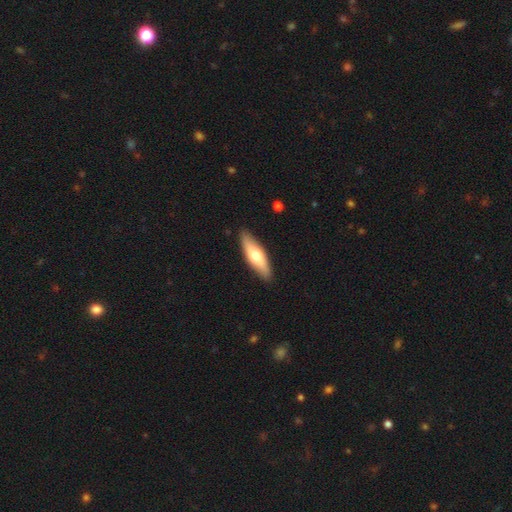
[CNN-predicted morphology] smooth-or-featured: smooth: 58% | featured or disk: 37% | star or artifact: 5%
  how-rounded: cigar-shaped: 57% | in between: 41% | round: 2%
  merging: none: 88% | minor disturbance: 9% | major disturbance: 2% | merger: 1%